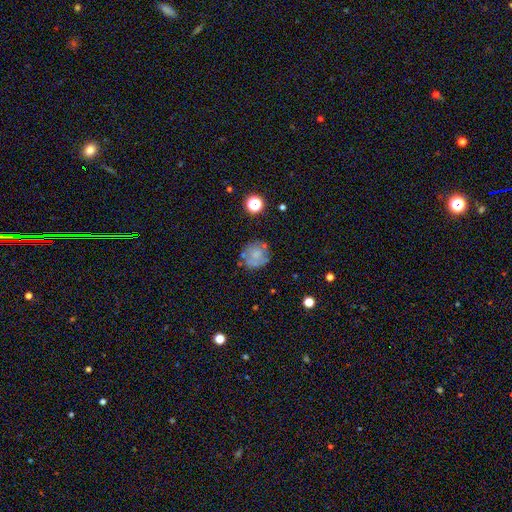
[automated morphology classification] The model was most divided on "smooth or featured": smooth: 51%, featured or disk: 37%, star or artifact: 12%. More confident: how rounded — round (84%); merging — none (64%).